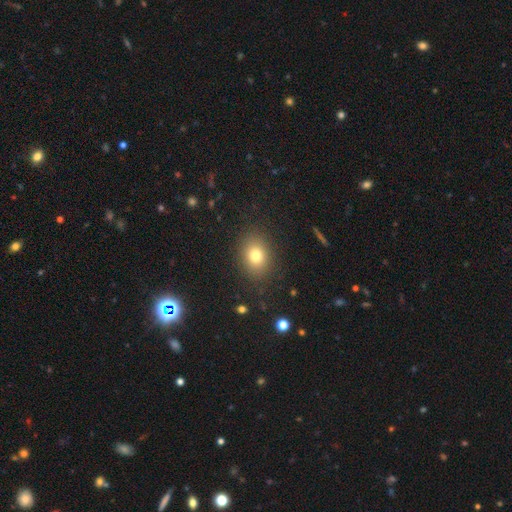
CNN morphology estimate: Overall: smooth (78%). How rounded: in between (55%; round 44%). Merging: none (87%).